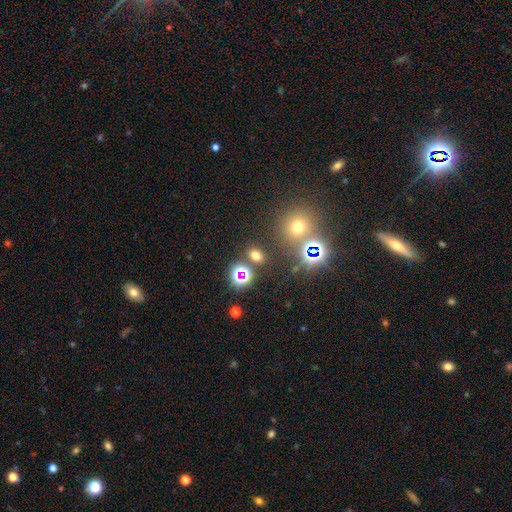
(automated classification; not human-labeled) A smooth galaxy with no disk features (60%) that is in between round and cigar-shaped (52%).

Vote fractions:
- Smooth or featured? smooth: 60% / star or artifact: 32% / featured or disk: 8%
- How rounded? in between: 52% / round: 46% / cigar-shaped: 2%
- Merging? none: 78% / merger: 9% / minor disturbance: 8% / major disturbance: 4%